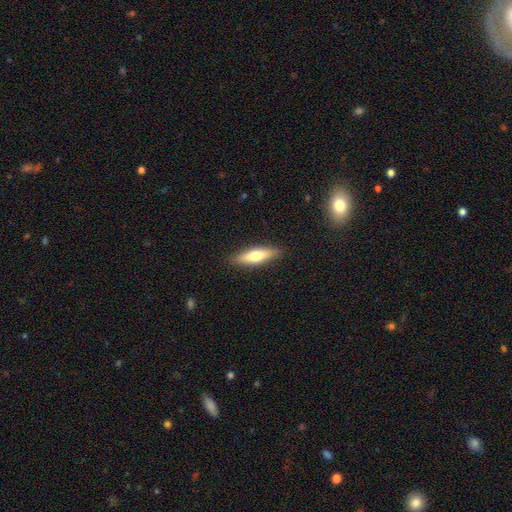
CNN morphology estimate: Smooth or featured? smooth (64%)
How rounded? cigar-shaped (63%)
Merging? none (88%)